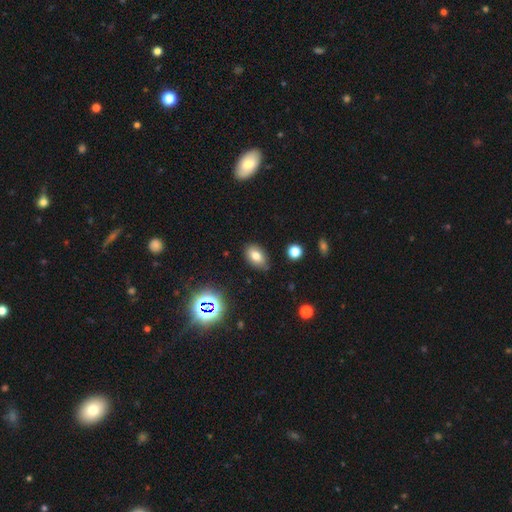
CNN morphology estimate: Q: Smooth or featured?
A: smooth (76%); runner-up: star or artifact (13%)
Q: How rounded?
A: in between (88%); runner-up: round (11%)
Q: Merging?
A: none (82%); runner-up: minor disturbance (14%)